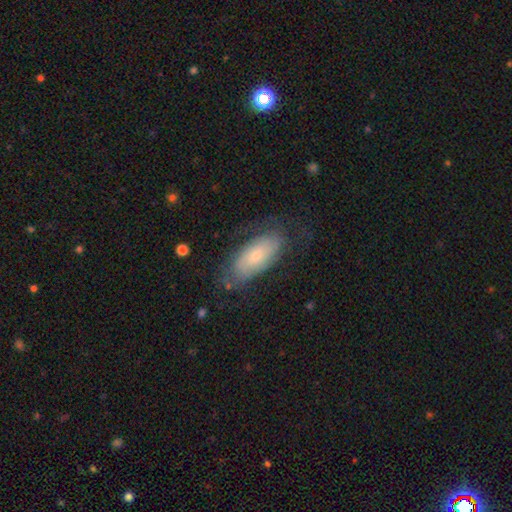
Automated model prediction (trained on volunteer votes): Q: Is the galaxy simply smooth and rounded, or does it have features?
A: smooth — 52%.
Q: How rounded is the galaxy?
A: in between — 86%.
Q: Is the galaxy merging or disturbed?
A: none — 64%.